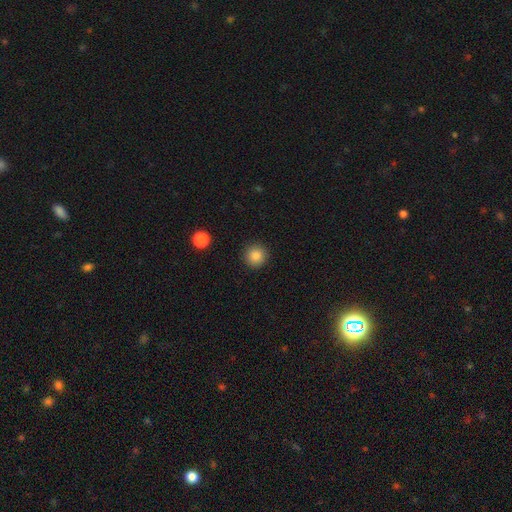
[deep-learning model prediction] Overall: smooth (84%). How rounded: round (95%). Merging: none (92%).